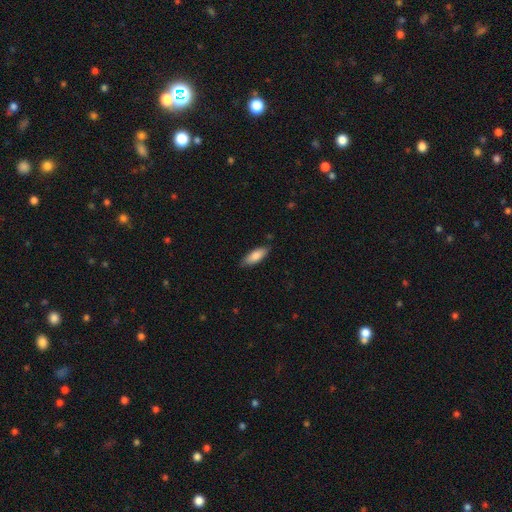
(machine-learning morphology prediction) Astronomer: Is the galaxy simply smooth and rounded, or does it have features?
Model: smooth — 85%.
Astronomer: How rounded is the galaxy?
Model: in between — 72%.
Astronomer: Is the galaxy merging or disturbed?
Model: none — 83%.